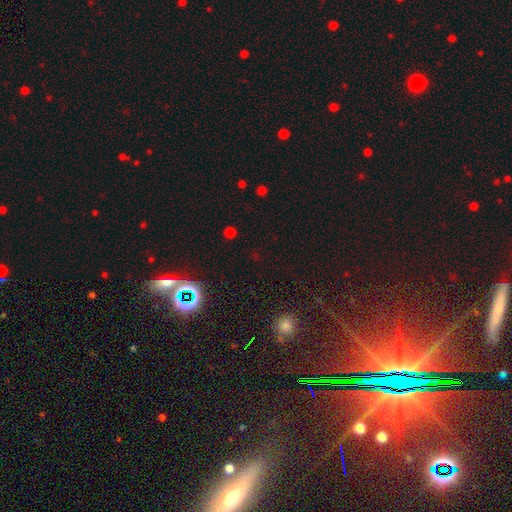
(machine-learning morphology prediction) The model was most divided on "smooth or featured": star or artifact: 64%, smooth: 28%, featured or disk: 8%.